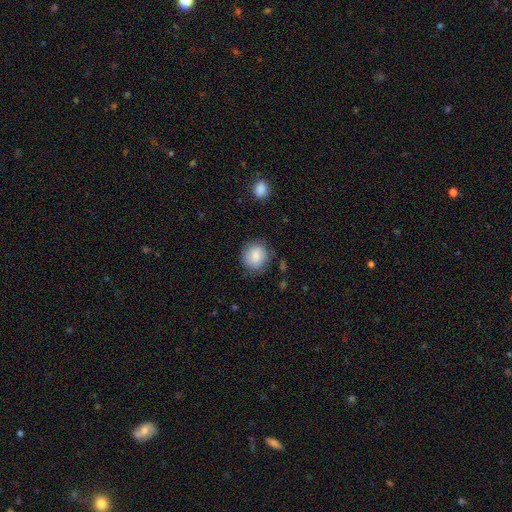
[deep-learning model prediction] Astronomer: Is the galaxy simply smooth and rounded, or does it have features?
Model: smooth — 83%.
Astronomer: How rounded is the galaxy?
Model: round — 83%.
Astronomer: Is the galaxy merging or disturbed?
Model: none — 78%.